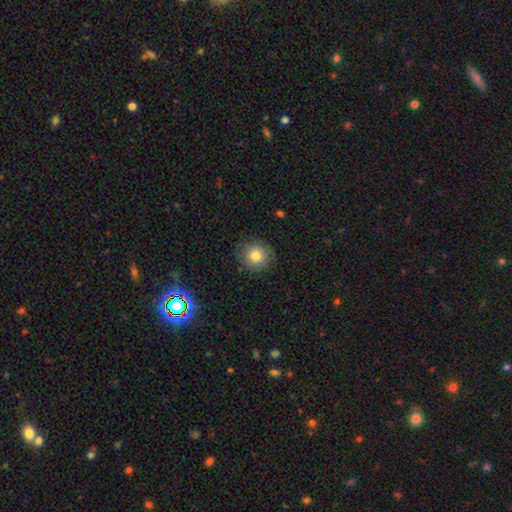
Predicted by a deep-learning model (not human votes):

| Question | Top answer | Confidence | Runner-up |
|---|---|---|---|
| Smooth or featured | smooth | 79% | featured or disk (11%) |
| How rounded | round | 89% | in between (10%) |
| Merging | none | 83% | minor disturbance (13%) |